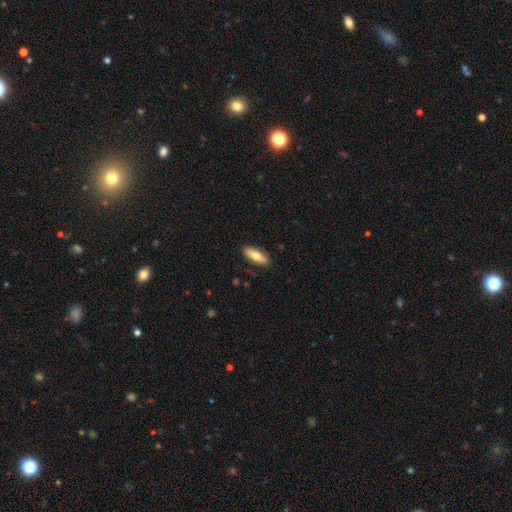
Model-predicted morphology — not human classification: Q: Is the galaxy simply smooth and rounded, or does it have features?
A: smooth — 75%.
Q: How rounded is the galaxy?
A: in between — 60%.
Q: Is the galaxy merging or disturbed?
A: none — 89%.